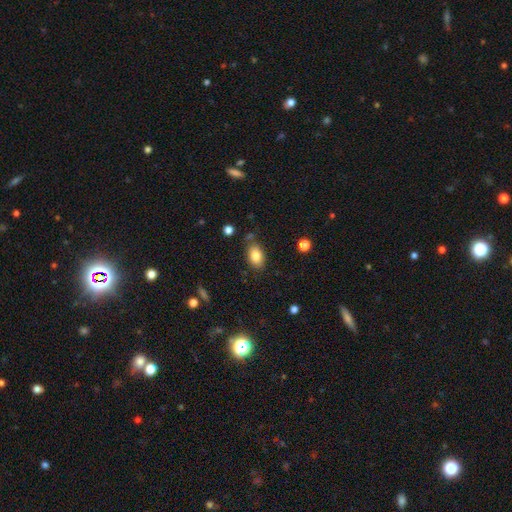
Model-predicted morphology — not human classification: A smooth galaxy with no disk features (84%) that is in between round and cigar-shaped (90%).

Vote fractions:
- Smooth or featured? smooth: 84% / star or artifact: 8% / featured or disk: 8%
- How rounded? in between: 90% / round: 9% / cigar-shaped: 2%
- Merging? none: 78% / minor disturbance: 14% / merger: 4% / major disturbance: 3%